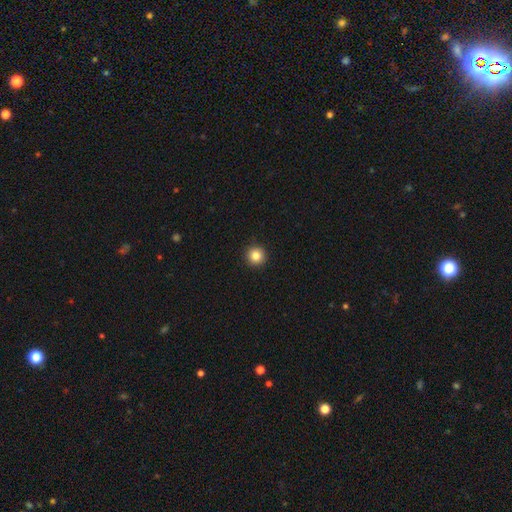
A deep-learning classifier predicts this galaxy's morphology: This appears to be a smooth galaxy with no disk features (84%) that is round (95%). Merging: none (93%).